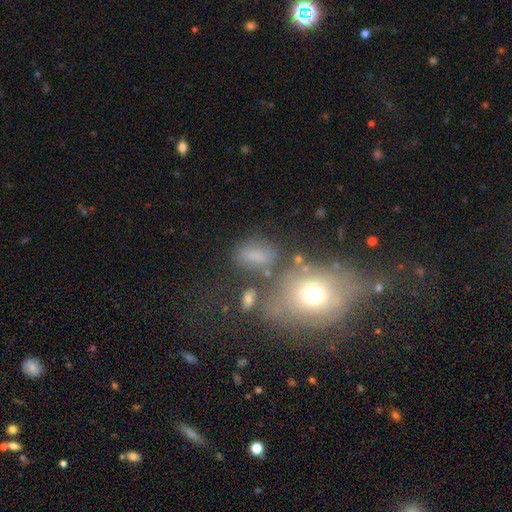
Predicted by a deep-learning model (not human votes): Q: Smooth or featured?
A: smooth (68%); runner-up: featured or disk (17%)
Q: How rounded?
A: in between (75%); runner-up: round (20%)
Q: Merging?
A: none (60%); runner-up: minor disturbance (17%)